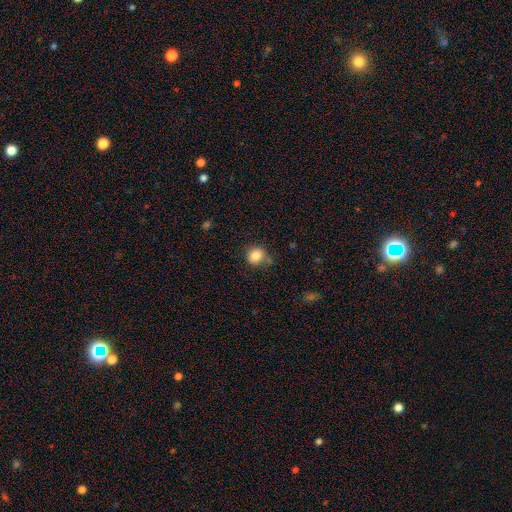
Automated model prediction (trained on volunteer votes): Smooth or featured? smooth (83%)
How rounded? round (82%)
Merging? none (71%)